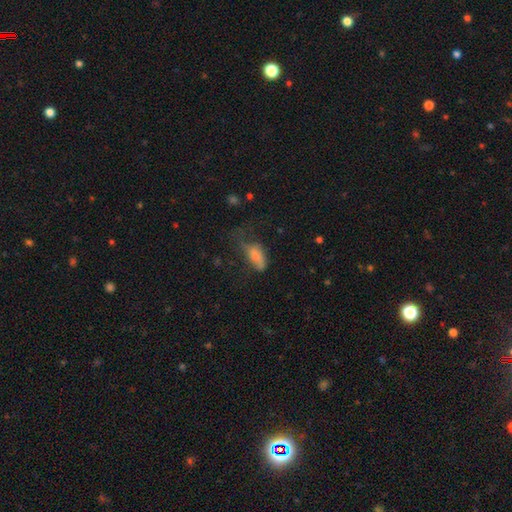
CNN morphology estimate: type=smooth (72%); roundness=in between (83%); merging=major disturbance (48%).